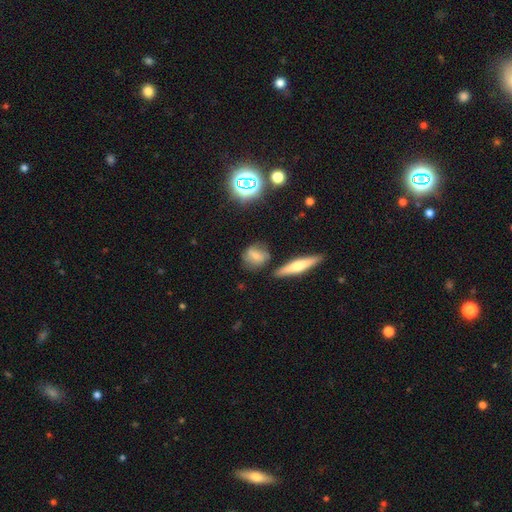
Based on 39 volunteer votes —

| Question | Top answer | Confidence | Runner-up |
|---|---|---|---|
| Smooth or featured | smooth | 54% | featured or disk (38%) |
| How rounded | in between | 52% | round (43%) |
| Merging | none | 67% | minor disturbance (22%) |